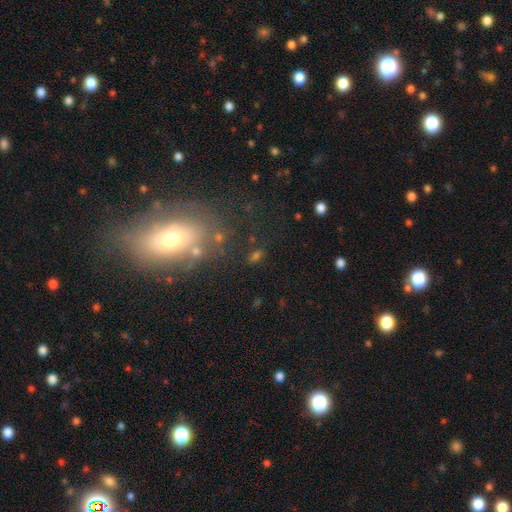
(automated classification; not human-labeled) Smooth or featured? Predicted: smooth (p=0.52). How rounded? Predicted: in between (p=0.69). Merging? Predicted: none (p=0.65).